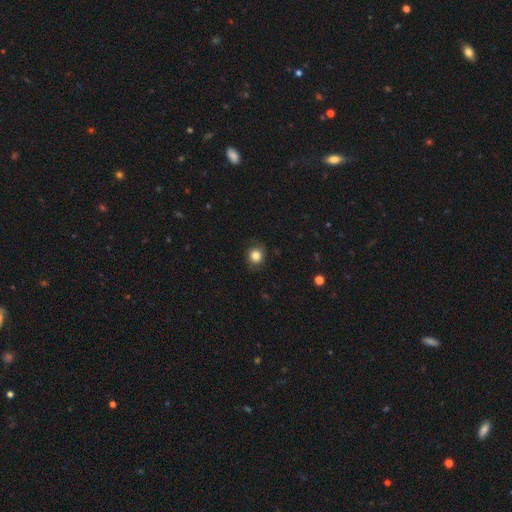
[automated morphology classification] Smooth or featured? Predicted: smooth (p=0.84). How rounded? Predicted: round (p=0.80). Merging? Predicted: none (p=0.85).